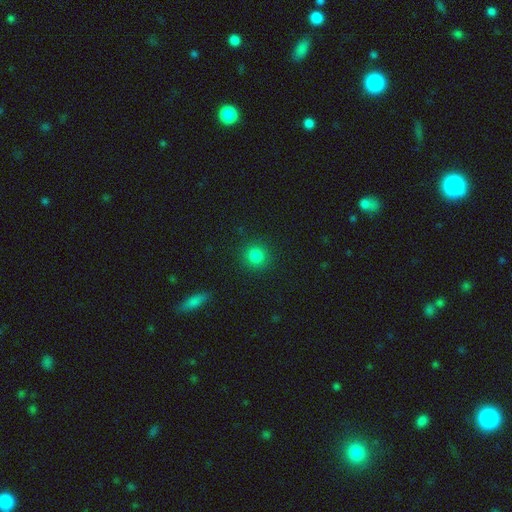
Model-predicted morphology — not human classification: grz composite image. It shows a smooth galaxy with no disk features (83%) that is round (92%). Merging: none (90%).